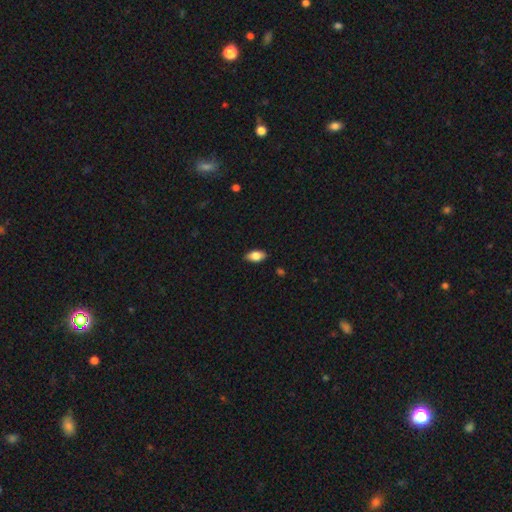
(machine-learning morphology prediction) A smooth galaxy with no disk features (79%) that is in between round and cigar-shaped (91%). Merging: none (87%).